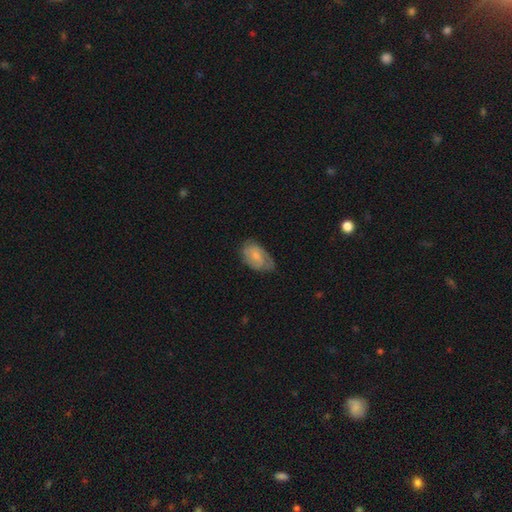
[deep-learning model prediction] Smooth or featured? smooth (51%)
How rounded? in between (91%)
Merging? none (61%)